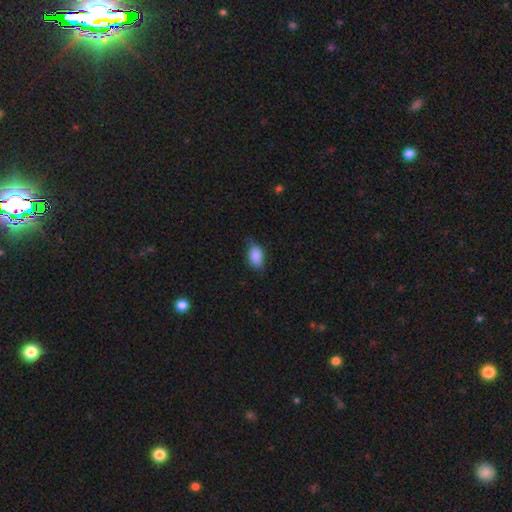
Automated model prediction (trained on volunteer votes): This appears to be a smooth galaxy with no disk features (87%) that is in between round and cigar-shaped (90%). Merging: none (68%).